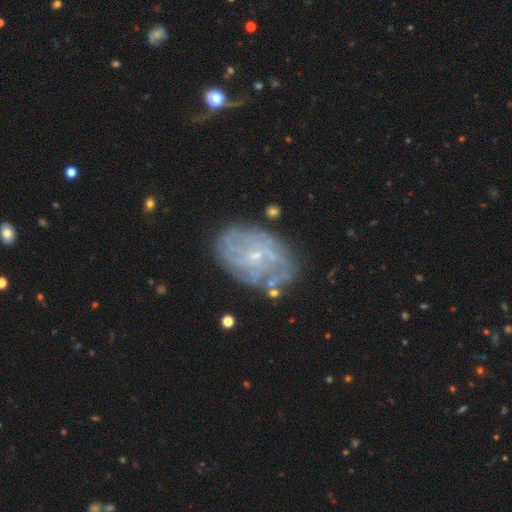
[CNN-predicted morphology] Smooth or featured? Predicted: featured or disk (p=0.78). Edge-on disk? Predicted: no (p=0.97). Bar? Predicted: no (p=0.64). Spiral arms? Predicted: yes (p=0.83). Spiral winding? Predicted: tight (p=0.56). Spiral arm count? Predicted: can't tell (p=0.49). Bulge size? Predicted: small (p=0.83). Merging? Predicted: none (p=0.71).